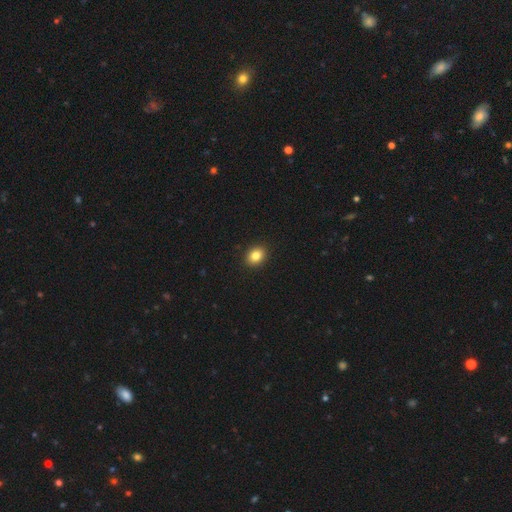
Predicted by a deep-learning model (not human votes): A smooth galaxy with no disk features (84%) that is in between round and cigar-shaped (51%). Merging: none (92%).